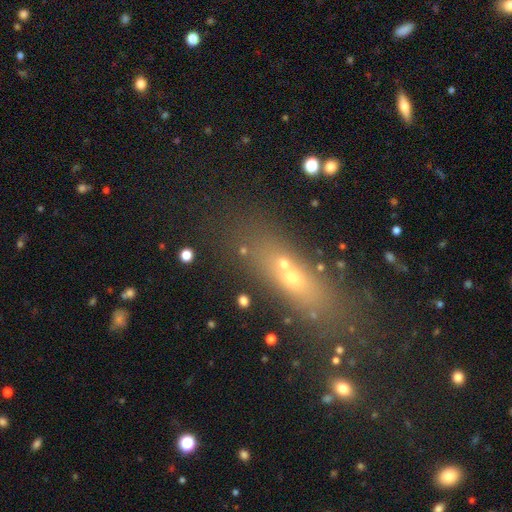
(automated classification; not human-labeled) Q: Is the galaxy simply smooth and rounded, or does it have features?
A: smooth — 48%.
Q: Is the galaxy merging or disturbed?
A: none — 70%.